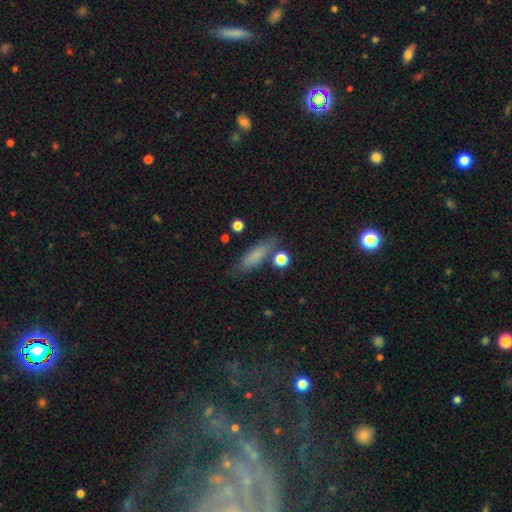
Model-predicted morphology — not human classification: This appears to be a smooth galaxy with no disk features (76%) that is cigar-shaped (51%). Merging: none (75%).